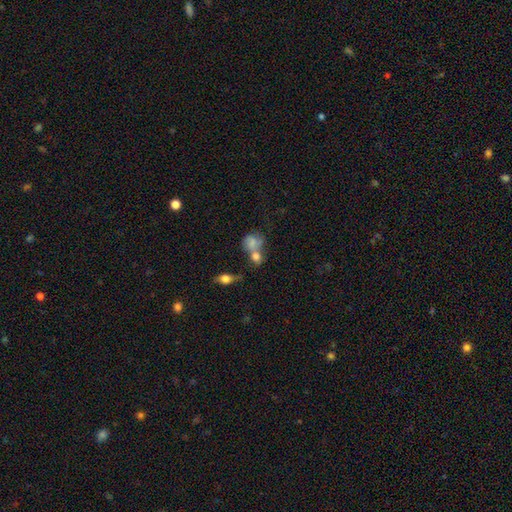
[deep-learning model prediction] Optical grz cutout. It shows a smooth galaxy with no disk features (71%) that is round (53%). Merging: merger (51%).